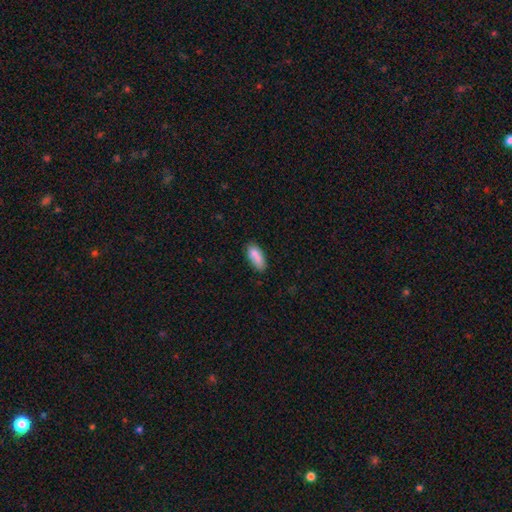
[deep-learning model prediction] Smooth or featured: smooth — 85% (featured or disk — 8%)
How rounded: in between — 80% (cigar-shaped — 18%)
Merging: none — 66% (minor disturbance — 23%)